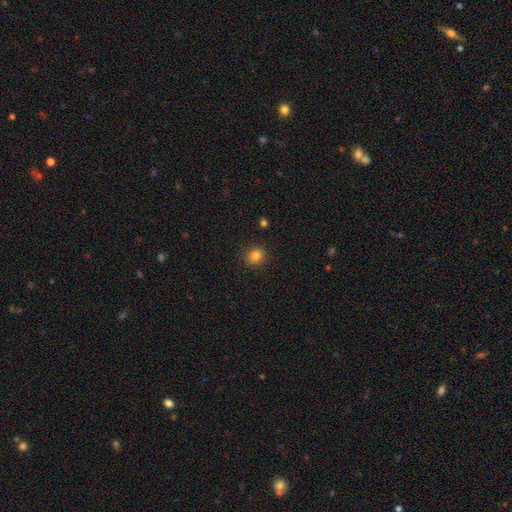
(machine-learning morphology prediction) The model was most divided on "smooth or featured": smooth: 81%, star or artifact: 12%, featured or disk: 7%. More confident: merging — none (89%); how rounded — round (86%).